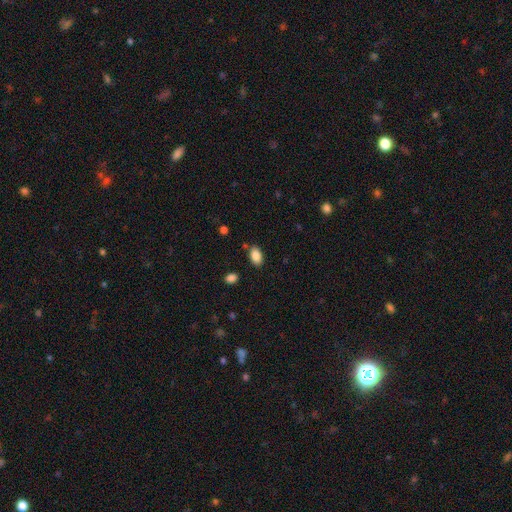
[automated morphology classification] A smooth galaxy with no disk features (87%) that is in between round and cigar-shaped (91%). Merging: none (84%).